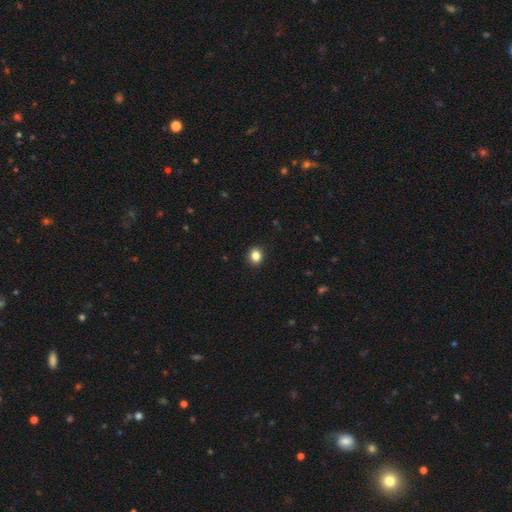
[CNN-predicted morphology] Smooth or featured?
  - smooth: 85% *
  - star or artifact: 11%
  - featured or disk: 4%
How rounded?
  - round: 70% *
  - in between: 29%
  - cigar-shaped: 1%
Merging?
  - none: 91% *
  - minor disturbance: 7%
  - major disturbance: 2%
  - merger: 1%